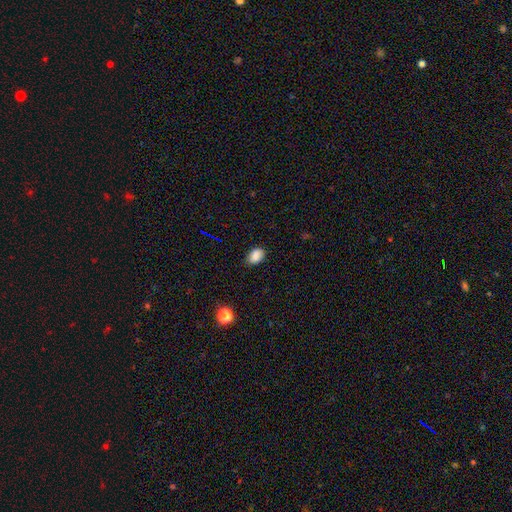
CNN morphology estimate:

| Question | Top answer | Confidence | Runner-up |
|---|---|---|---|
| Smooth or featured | smooth | 86% | star or artifact (10%) |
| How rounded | in between | 85% | round (14%) |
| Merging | none | 82% | minor disturbance (14%) |